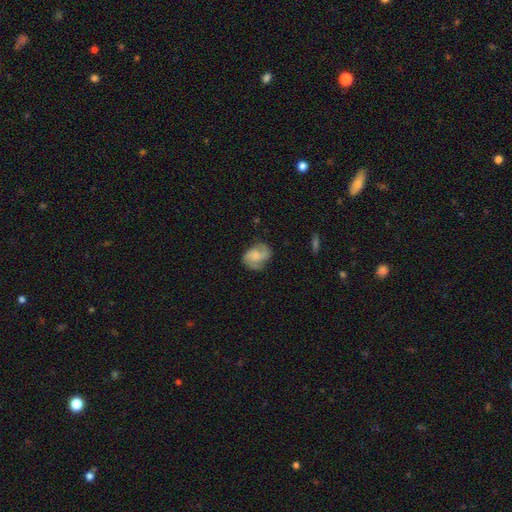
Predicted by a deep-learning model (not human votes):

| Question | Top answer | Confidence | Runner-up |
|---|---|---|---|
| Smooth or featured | featured or disk | 57% | smooth (36%) |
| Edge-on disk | no | 97% | yes (3%) |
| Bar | no | 64% | weak (31%) |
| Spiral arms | yes | 88% | no (12%) |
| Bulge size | moderate | 30% | none (28%) |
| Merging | none | 64% | minor disturbance (24%) |